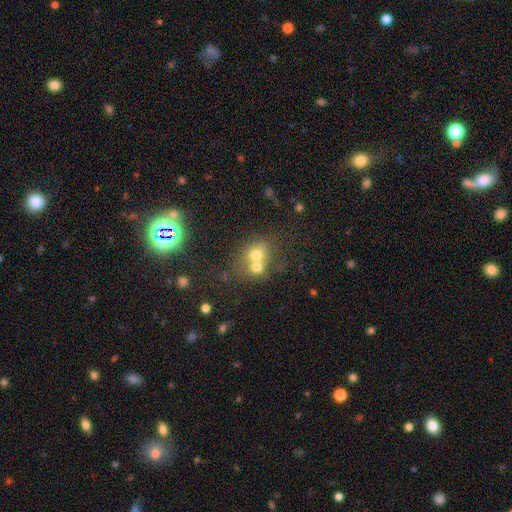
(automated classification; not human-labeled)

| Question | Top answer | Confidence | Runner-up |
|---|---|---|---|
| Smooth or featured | smooth | 65% | featured or disk (21%) |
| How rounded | round | 65% | in between (34%) |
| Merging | merger | 60% | none (28%) |